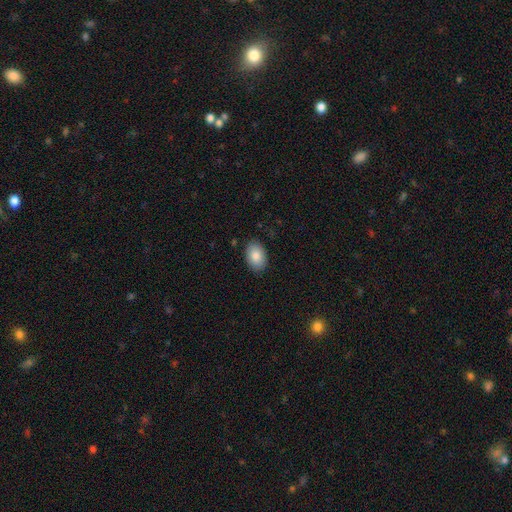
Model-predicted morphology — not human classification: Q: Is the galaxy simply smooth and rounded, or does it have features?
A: smooth — 85%.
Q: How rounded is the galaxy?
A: in between — 87%.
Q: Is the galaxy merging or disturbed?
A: none — 87%.